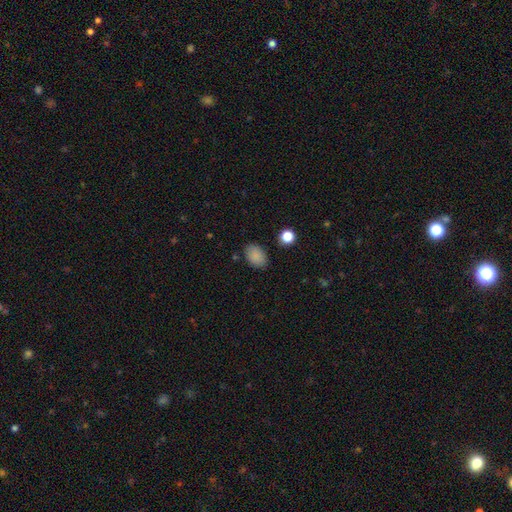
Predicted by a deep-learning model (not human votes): A smooth galaxy with no disk features (87%) that is in between round and cigar-shaped (81%). Merging: none (83%).